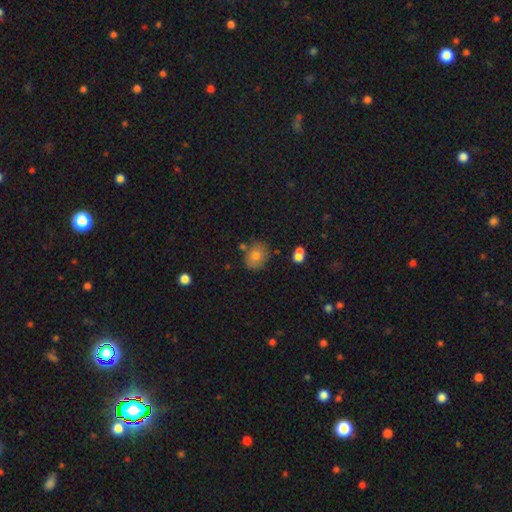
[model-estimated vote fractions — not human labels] This appears to be a smooth galaxy with no disk features (74%) that is round (58%). Merging: none (70%).